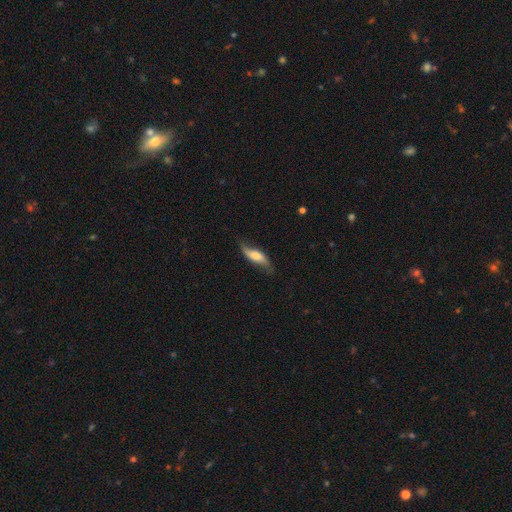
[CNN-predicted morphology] featured or disk 56%, smooth 37%, star or artifact 7%. Down the decision tree: edge-on disk — no (72%); merging — none (66%).